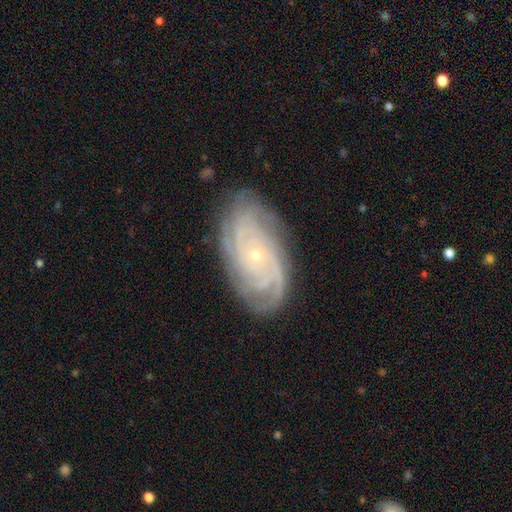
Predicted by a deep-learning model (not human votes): This appears to be a featured or disk galaxy (86%) with no bar (80%), tight (76%) spiral arms (97%) and a small central bulge (85%). Merging: none (81%).